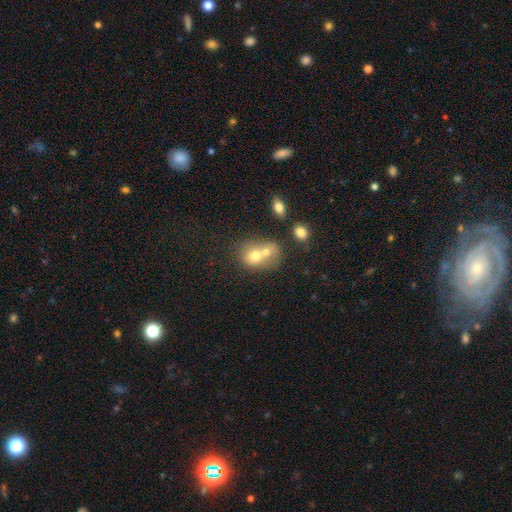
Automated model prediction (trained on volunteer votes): Q: Smooth or featured?
A: smooth (67%); runner-up: featured or disk (22%)
Q: How rounded?
A: round (55%); runner-up: in between (44%)
Q: Merging?
A: merger (68%); runner-up: none (22%)